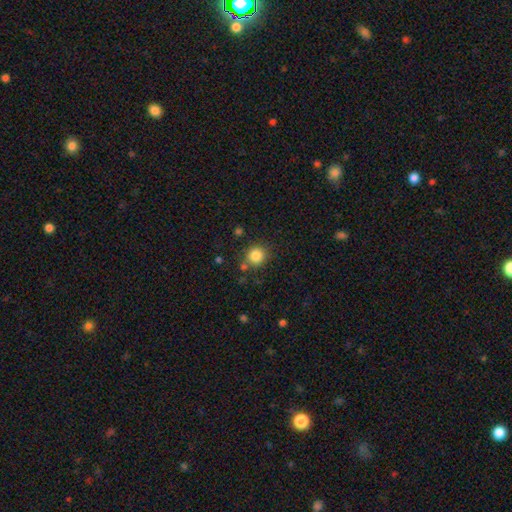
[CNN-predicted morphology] A smooth galaxy with no disk features (84%) that is round (90%). Merging: none (80%).